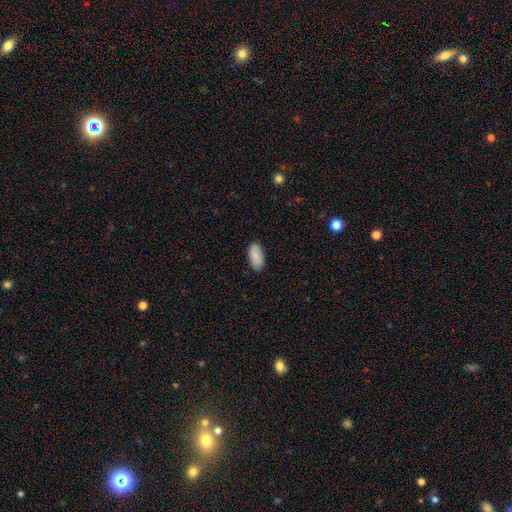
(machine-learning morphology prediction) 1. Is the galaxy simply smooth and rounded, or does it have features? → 90% smooth, 6% star or artifact, 4% featured or disk.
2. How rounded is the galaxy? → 93% in between, 6% cigar-shaped, 2% round.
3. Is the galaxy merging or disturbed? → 87% none, 10% minor disturbance, 2% major disturbance, 1% merger.